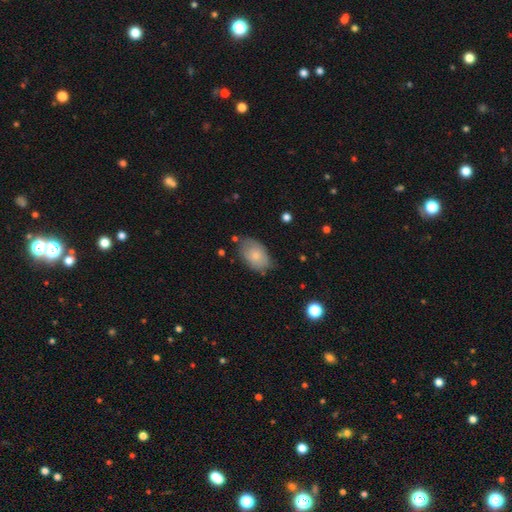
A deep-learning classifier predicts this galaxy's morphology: Q: Smooth or featured?
A: smooth (75%); runner-up: featured or disk (18%)
Q: How rounded?
A: in between (91%); runner-up: round (8%)
Q: Merging?
A: none (64%); runner-up: minor disturbance (27%)